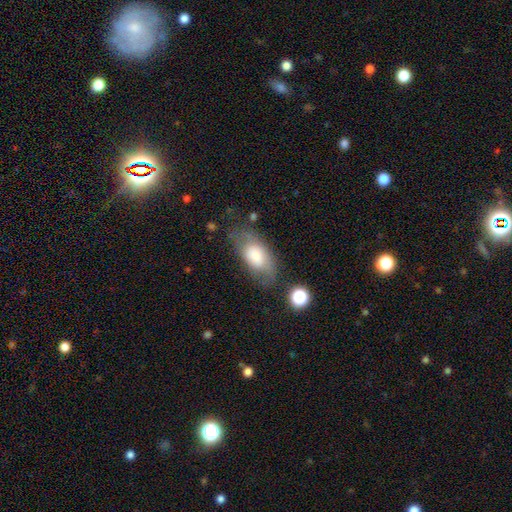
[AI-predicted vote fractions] Morphology: type=smooth (71%); roundness=in between (90%); merging=none (60%).